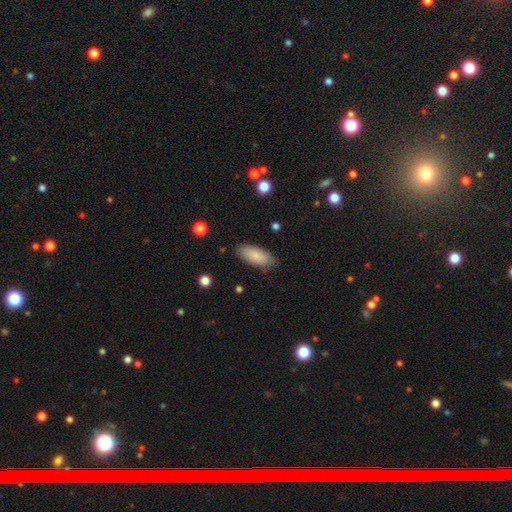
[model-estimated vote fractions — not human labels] smooth_or_featured: smooth (p=0.86) [alt: featured or disk p=0.08]
how_rounded: in between (p=0.78) [alt: cigar-shaped p=0.20]
merging: none (p=0.86) [alt: minor disturbance p=0.10]